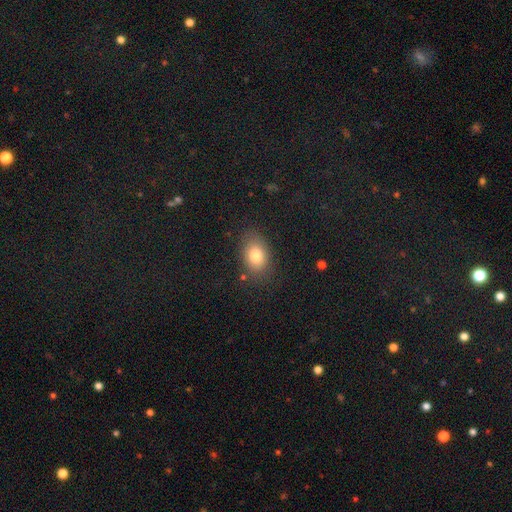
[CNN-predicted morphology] Smooth or featured?
  - smooth: 80% *
  - featured or disk: 10%
  - star or artifact: 9%
How rounded?
  - in between: 78% *
  - round: 21%
  - cigar-shaped: 1%
Merging?
  - none: 80% *
  - minor disturbance: 14%
  - major disturbance: 4%
  - merger: 2%